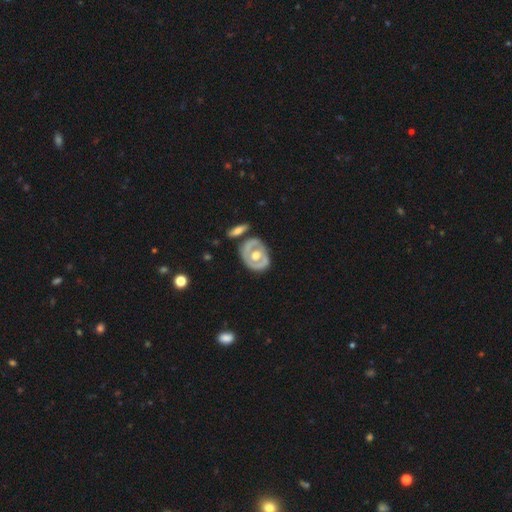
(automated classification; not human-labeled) The model was most divided on "smooth or featured": featured or disk: 65%, smooth: 31%, star or artifact: 5%. More confident: edge-on disk — no (92%); bar — no (82%); spiral arms — no (77%); bulge size — moderate (70%); merging — none (68%).